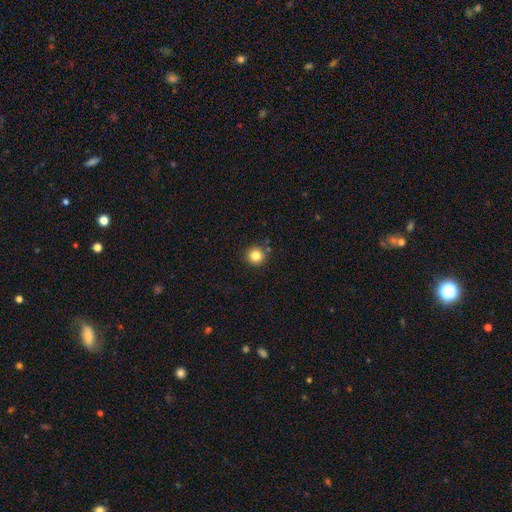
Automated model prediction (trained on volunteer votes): This appears to be a smooth galaxy with no disk features (83%) that is round (94%). Merging: none (83%).